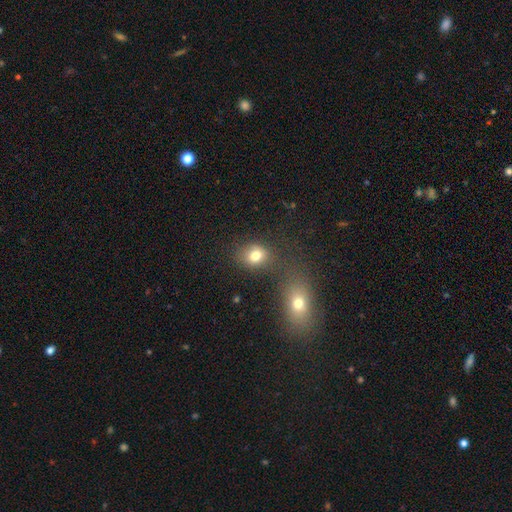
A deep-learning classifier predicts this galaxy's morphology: Smooth or featured? Predicted: smooth (p=0.77). How rounded? Predicted: round (p=0.54). Merging? Predicted: none (p=0.62).